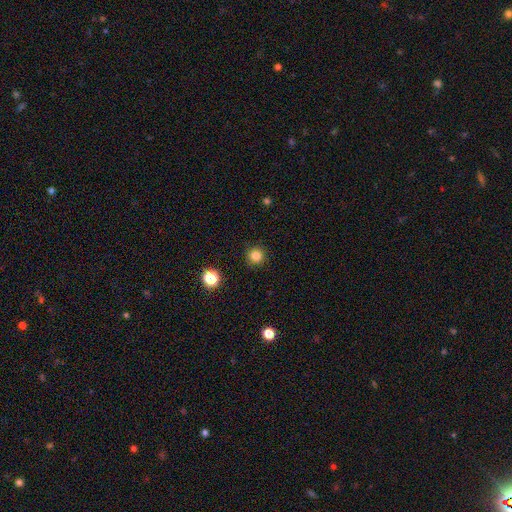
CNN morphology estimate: A smooth galaxy with no disk features (82%) that is round (95%).

Vote fractions:
- Smooth or featured? smooth: 82% / star or artifact: 13% / featured or disk: 5%
- How rounded? round: 95% / in between: 4% / cigar-shaped: 1%
- Merging? none: 91% / minor disturbance: 6% / major disturbance: 2% / merger: 1%